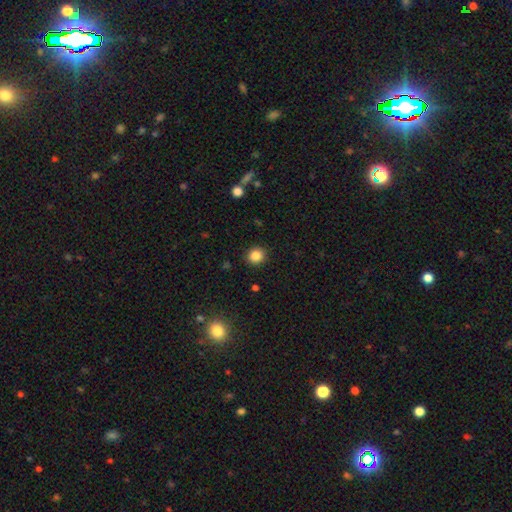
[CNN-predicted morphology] smooth_or_featured: smooth (p=0.85) [alt: star or artifact p=0.11]
how_rounded: round (p=0.87) [alt: in between p=0.12]
merging: none (p=0.91) [alt: minor disturbance p=0.06]